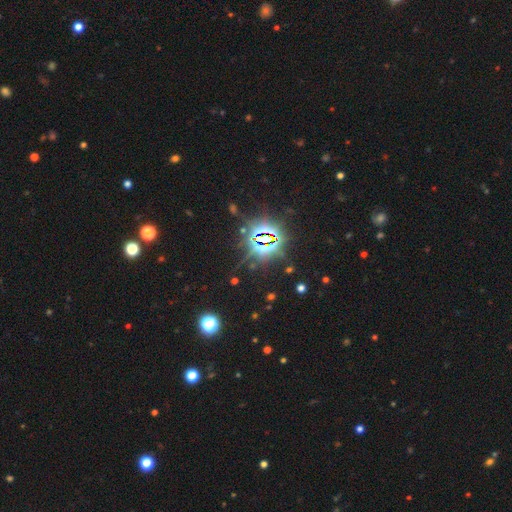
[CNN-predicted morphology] Overall: star or artifact (85%).